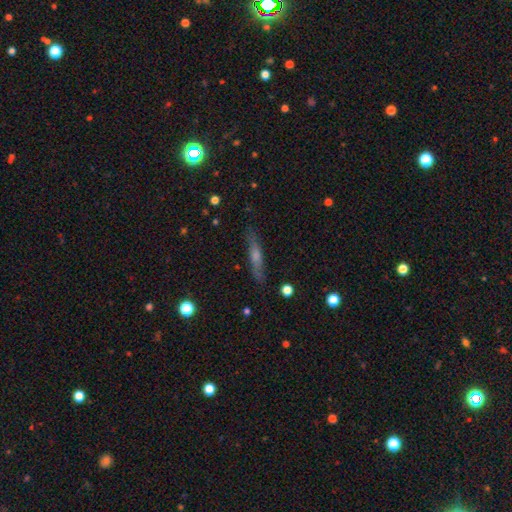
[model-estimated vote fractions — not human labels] smooth-or-featured: featured or disk: 50% | smooth: 40% | star or artifact: 9%
  disk-edge-on: yes: 88% | no: 12%
  merging: none: 85% | minor disturbance: 11% | major disturbance: 3% | merger: 1%